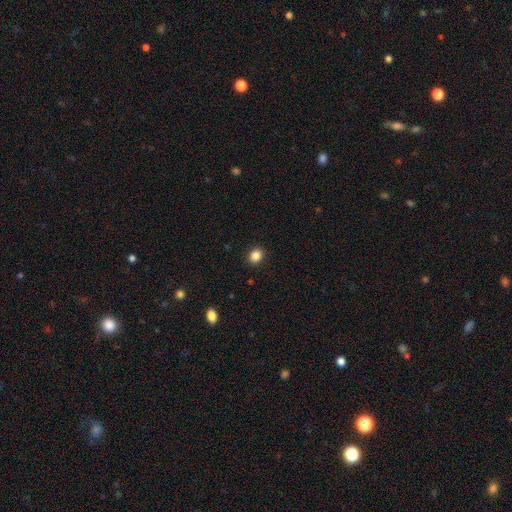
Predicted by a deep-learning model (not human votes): Overall: smooth (85%). How rounded: round (62%; in between 37%). Merging: none (91%).